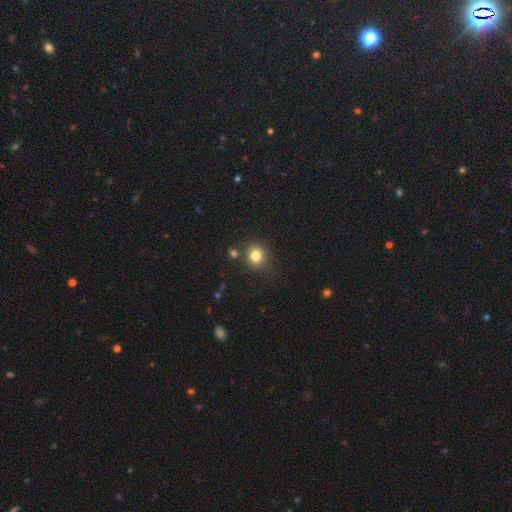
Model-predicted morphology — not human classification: A smooth galaxy with no disk features (81%) that is round (87%). Merging: none (81%).